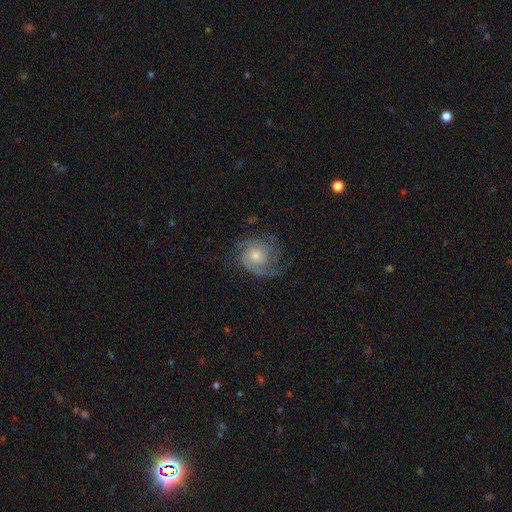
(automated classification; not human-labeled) Smooth or featured?
  - featured or disk: 86% *
  - smooth: 8%
  - star or artifact: 6%
Edge-on disk?
  - no: 98% *
  - yes: 2%
Bar?
  - no: 73% *
  - weak: 23%
  - strong: 4%
Spiral arms?
  - yes: 97% *
  - no: 3%
Spiral winding?
  - tight: 51% *
  - medium: 40%
  - loose: 9%
Spiral arm count?
  - 2: 55% *
  - 3: 21%
  - can't tell: 11%
  - 1: 5%
  - 4: 4%
  - more than 4: 3%
Bulge size?
  - moderate: 53% *
  - small: 40%
  - large: 4%
  - none: 2%
  - dominant: 1%
Merging?
  - none: 73% *
  - minor disturbance: 17%
  - major disturbance: 9%
  - merger: 1%